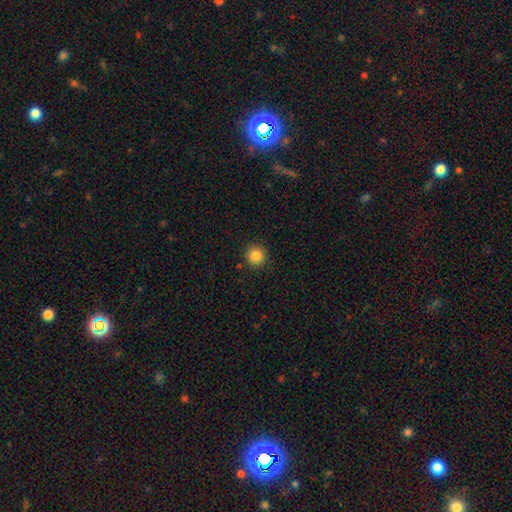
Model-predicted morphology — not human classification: type=smooth (86%); roundness=round (95%); merging=none (91%).